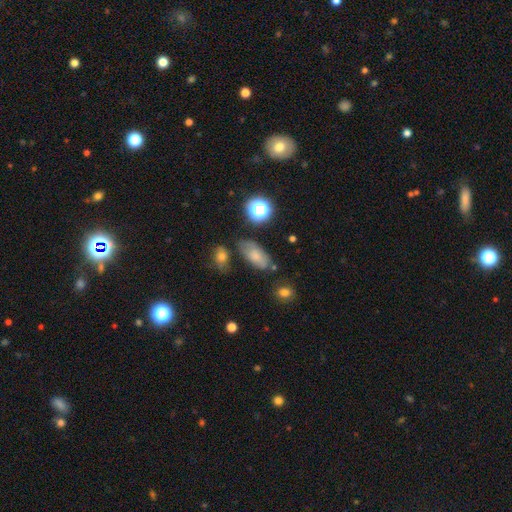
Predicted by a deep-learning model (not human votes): smooth 69%, featured or disk 17%, star or artifact 13%. Down the decision tree: how rounded — in between (89%); merging — none (66%).